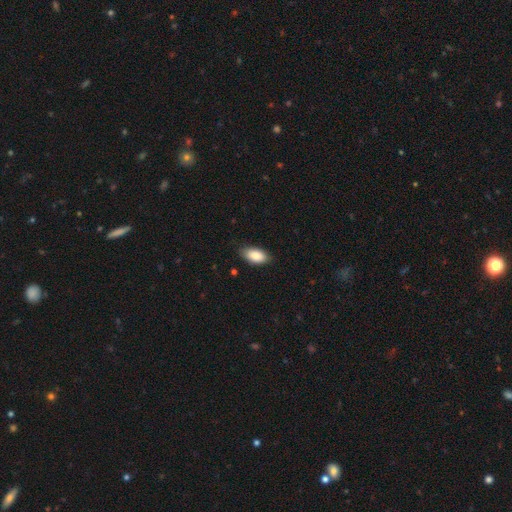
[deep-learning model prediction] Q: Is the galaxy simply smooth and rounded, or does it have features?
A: smooth — 87%.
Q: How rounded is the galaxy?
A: in between — 93%.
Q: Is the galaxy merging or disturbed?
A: none — 83%.